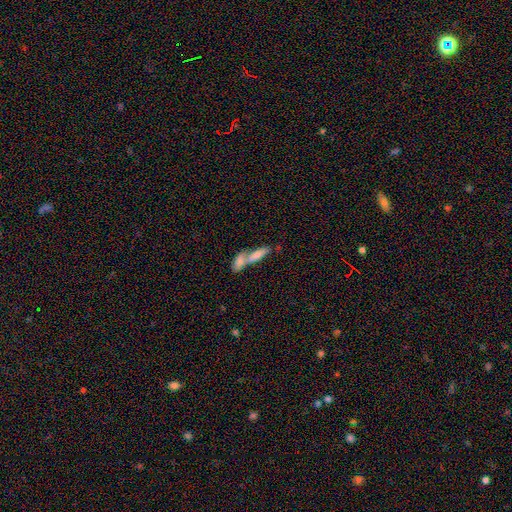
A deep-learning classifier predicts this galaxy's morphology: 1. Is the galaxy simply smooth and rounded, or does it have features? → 70% smooth, 22% featured or disk, 8% star or artifact.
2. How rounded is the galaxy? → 50% cigar-shaped, 48% in between, 3% round.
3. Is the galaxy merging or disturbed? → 69% merger, 21% none, 6% minor disturbance, 4% major disturbance.